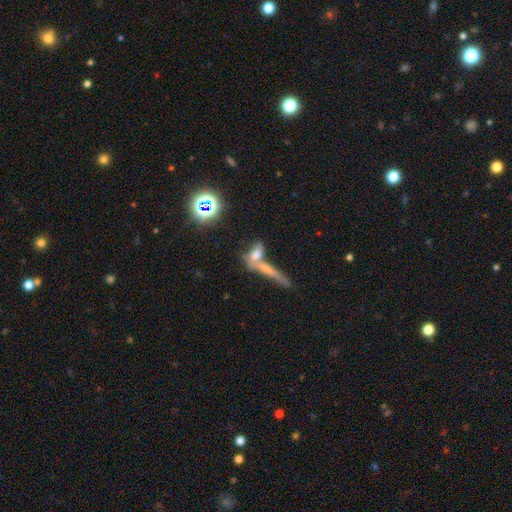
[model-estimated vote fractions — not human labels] Overall: smooth (56%; featured or disk 28%). How rounded: in between (48%; cigar-shaped 40%). Merging: merger (50%; none 33%).